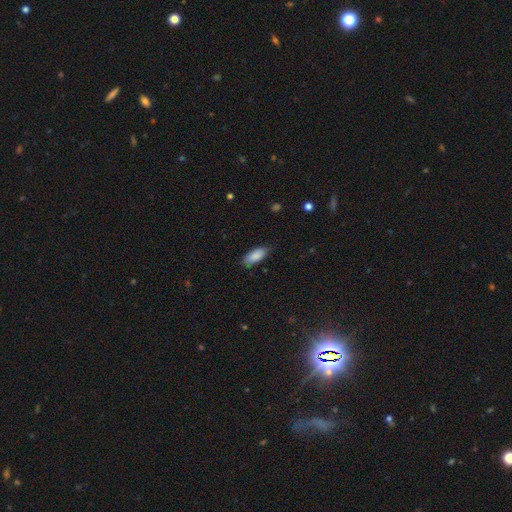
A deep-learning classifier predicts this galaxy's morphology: Q: Smooth or featured?
A: smooth (88%); runner-up: star or artifact (6%)
Q: How rounded?
A: in between (81%); runner-up: cigar-shaped (17%)
Q: Merging?
A: none (79%); runner-up: minor disturbance (17%)